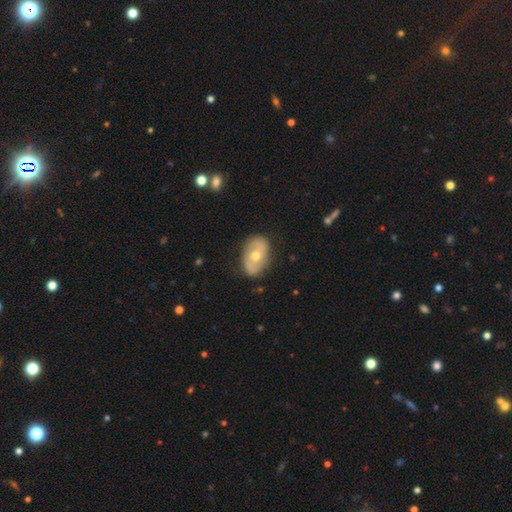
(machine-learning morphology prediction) Smooth or featured? Predicted: featured or disk (p=0.57). Edge-on disk? Predicted: no (p=0.93). Bar? Predicted: no (p=0.65). Spiral arms? Predicted: yes (p=0.57). Bulge size? Predicted: moderate (p=0.71). Merging? Predicted: none (p=0.81).